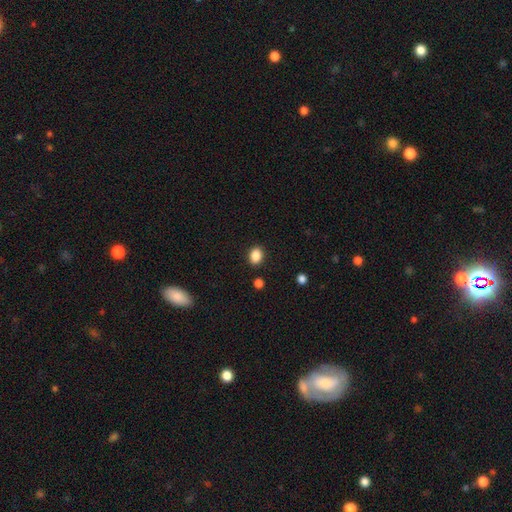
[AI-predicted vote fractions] Morphology: type=smooth (87%); roundness=in between (62%); merging=none (88%).